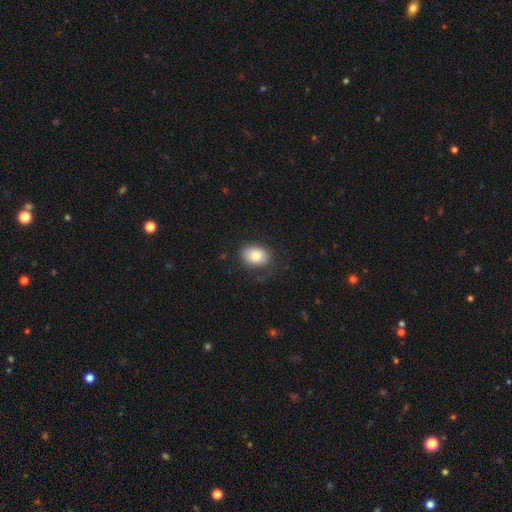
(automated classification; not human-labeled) Q: Smooth or featured?
A: smooth (81%); runner-up: featured or disk (11%)
Q: How rounded?
A: in between (71%); runner-up: round (28%)
Q: Merging?
A: none (75%); runner-up: minor disturbance (17%)